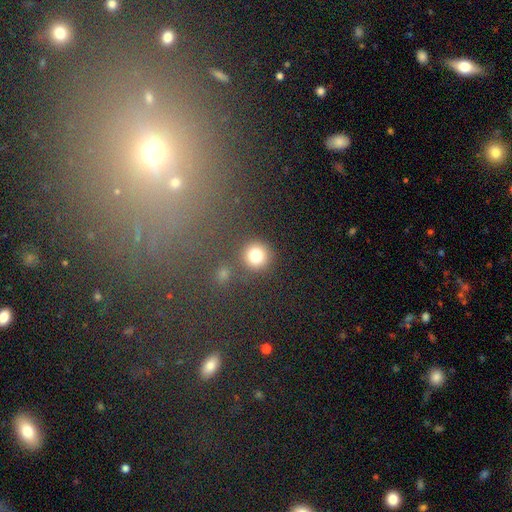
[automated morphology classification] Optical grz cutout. It shows a smooth galaxy with no disk features (79%) that is round (93%). Merging: none (82%).